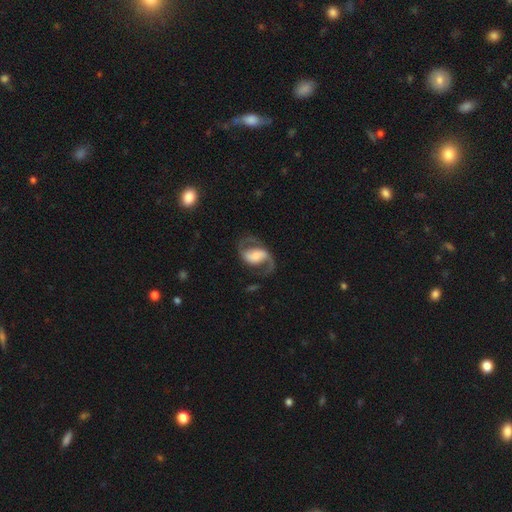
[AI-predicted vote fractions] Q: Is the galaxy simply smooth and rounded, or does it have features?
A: featured or disk — 86%.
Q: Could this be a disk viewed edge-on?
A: no — 97%.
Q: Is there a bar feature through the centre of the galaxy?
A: weak — 39%.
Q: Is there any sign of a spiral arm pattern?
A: yes — 95%.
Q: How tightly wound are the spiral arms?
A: medium — 48%.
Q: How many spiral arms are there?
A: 2 — 91%.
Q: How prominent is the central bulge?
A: moderate — 36%.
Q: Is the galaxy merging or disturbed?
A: none — 71%.